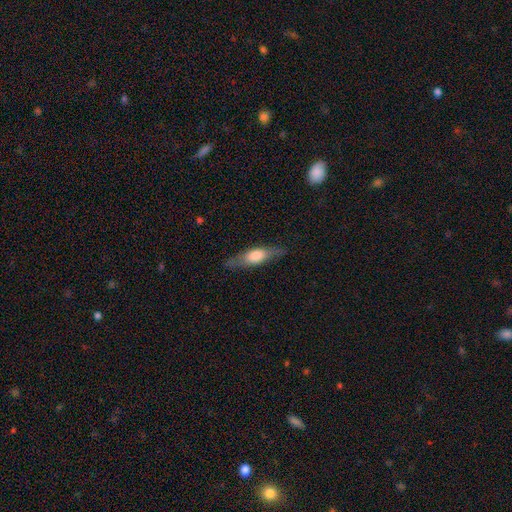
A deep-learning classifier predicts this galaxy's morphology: Smooth or featured? smooth (48%)
Merging? none (80%)